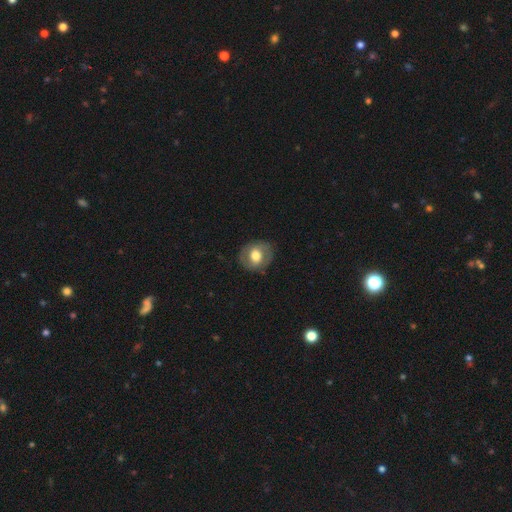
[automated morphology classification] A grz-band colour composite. It shows a smooth galaxy with no disk features (53%) that is round (69%). Merging: none (82%).